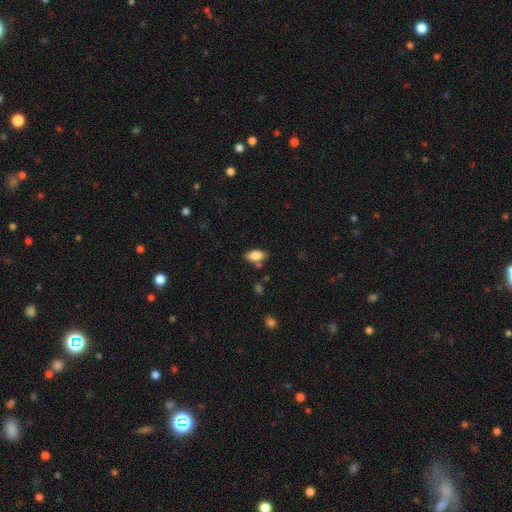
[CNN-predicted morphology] smooth 81%, featured or disk 11%, star or artifact 8%. Down the decision tree: how rounded — in between (89%); merging — none (74%).